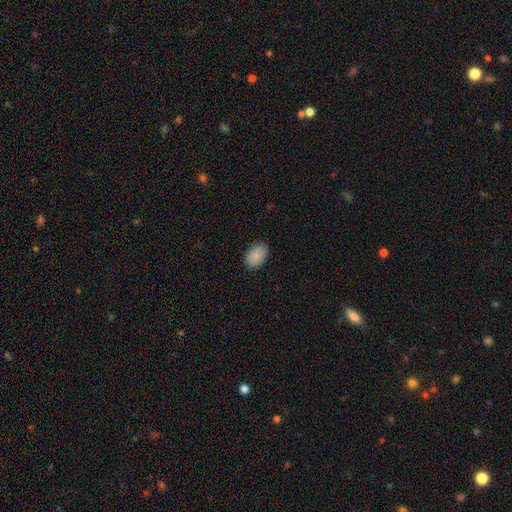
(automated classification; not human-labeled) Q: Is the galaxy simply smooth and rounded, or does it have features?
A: smooth — 89%.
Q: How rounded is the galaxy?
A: in between — 85%.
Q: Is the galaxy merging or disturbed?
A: none — 88%.